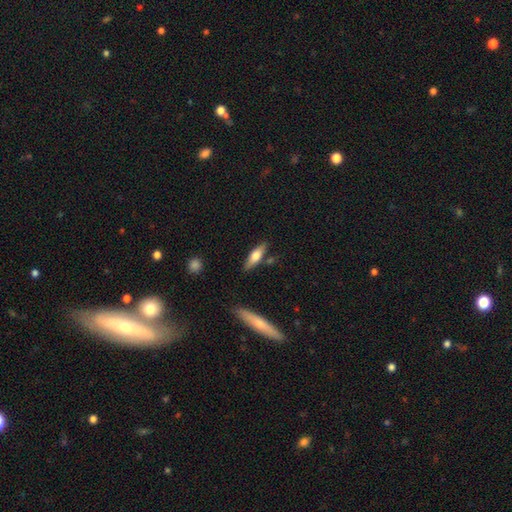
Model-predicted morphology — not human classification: smooth-or-featured: smooth: 55% | featured or disk: 39% | star or artifact: 6%
  how-rounded: cigar-shaped: 55% | in between: 42% | round: 2%
  merging: none: 80% | minor disturbance: 12% | merger: 5% | major disturbance: 3%